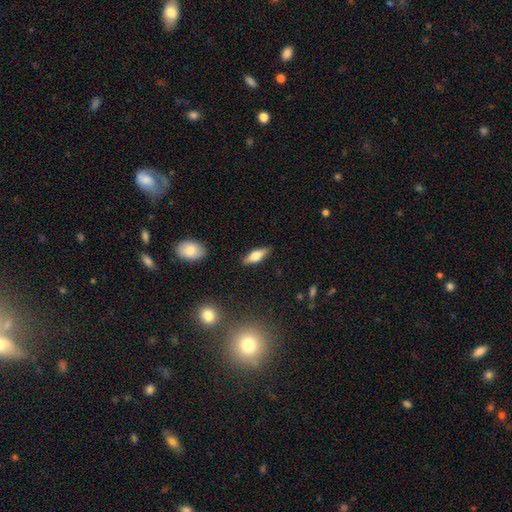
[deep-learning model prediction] The model was most divided on "how rounded": in between: 61%, cigar-shaped: 36%, round: 3%. More confident: merging — none (87%); smooth or featured — smooth (60%).